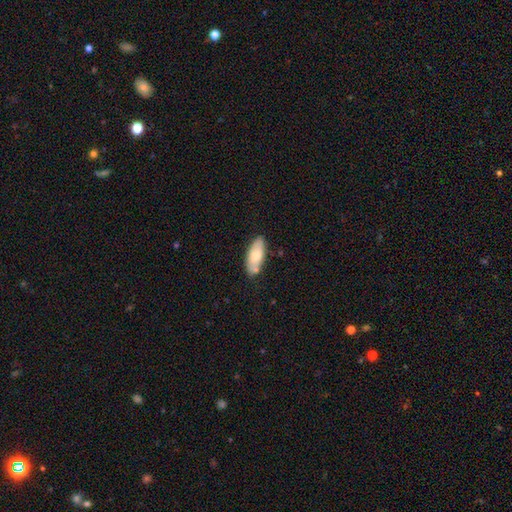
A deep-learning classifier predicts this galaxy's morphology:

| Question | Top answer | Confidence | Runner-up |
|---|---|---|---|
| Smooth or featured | smooth | 71% | featured or disk (23%) |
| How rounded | in between | 82% | cigar-shaped (16%) |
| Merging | none | 76% | minor disturbance (15%) |